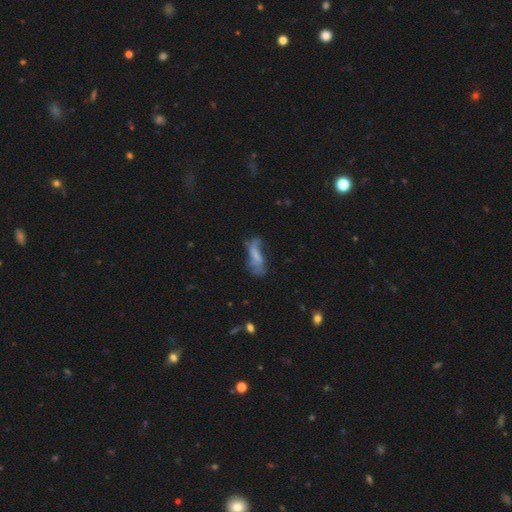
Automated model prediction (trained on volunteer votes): This appears to be a featured or disk galaxy (45%, tied with smooth). Merging: none (40%).